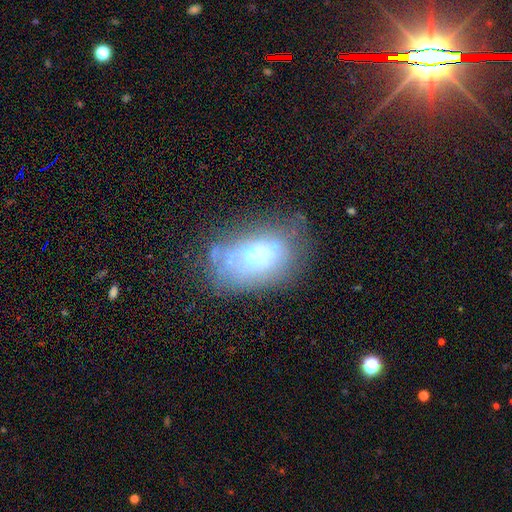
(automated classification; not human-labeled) Q: Smooth or featured?
A: smooth (45%); runner-up: featured or disk (41%)
Q: Merging?
A: none (42%); runner-up: minor disturbance (24%)